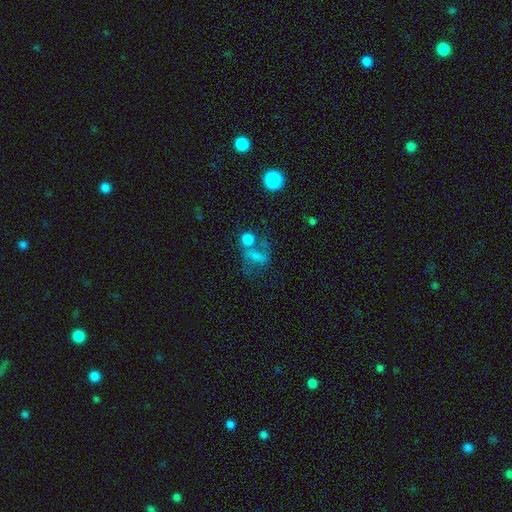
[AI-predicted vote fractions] Smooth or featured? smooth (39%)
Merging? none (42%)